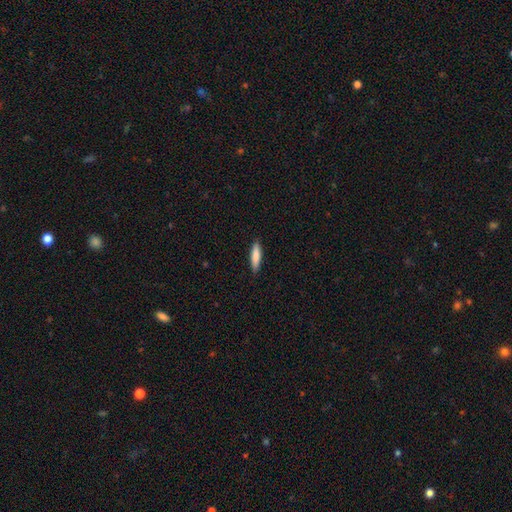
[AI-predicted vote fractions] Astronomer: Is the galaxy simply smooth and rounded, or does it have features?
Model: smooth — 83%.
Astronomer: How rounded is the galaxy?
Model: cigar-shaped — 74%.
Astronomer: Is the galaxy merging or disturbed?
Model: none — 89%.